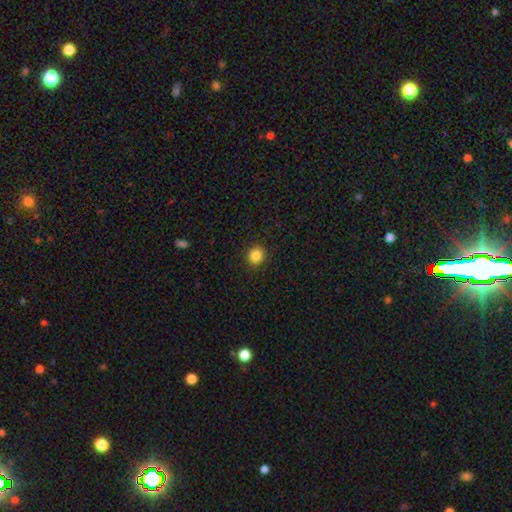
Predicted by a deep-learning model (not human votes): smooth 85%, star or artifact 11%, featured or disk 4%. Down the decision tree: how rounded — round (87%); merging — none (92%).